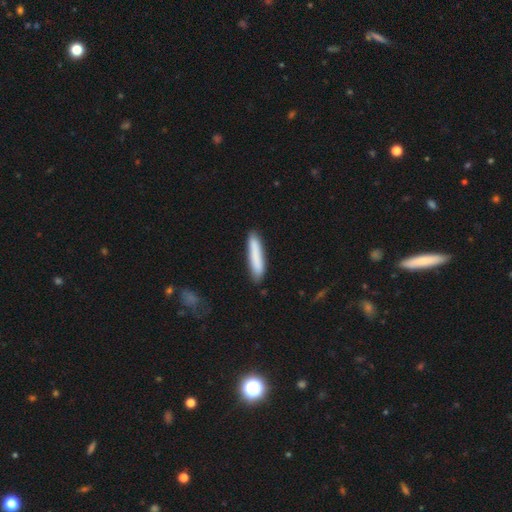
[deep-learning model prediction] Morphology: type=smooth (83%); roundness=cigar-shaped (90%); merging=none (84%).